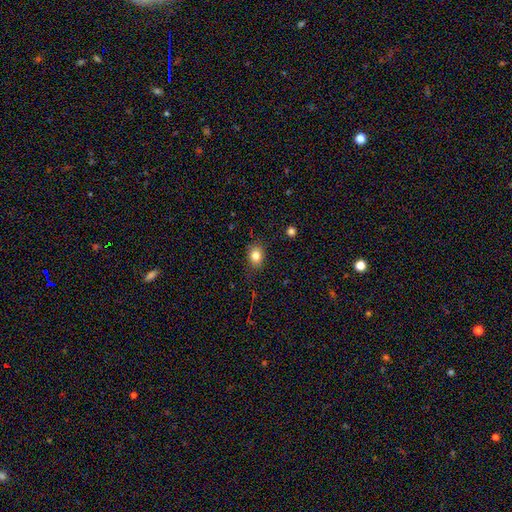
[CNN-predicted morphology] smooth_or_featured: smooth (p=0.82) [alt: star or artifact p=0.11]
how_rounded: in between (p=0.50) [alt: round p=0.49]
merging: none (p=0.82) [alt: minor disturbance p=0.13]